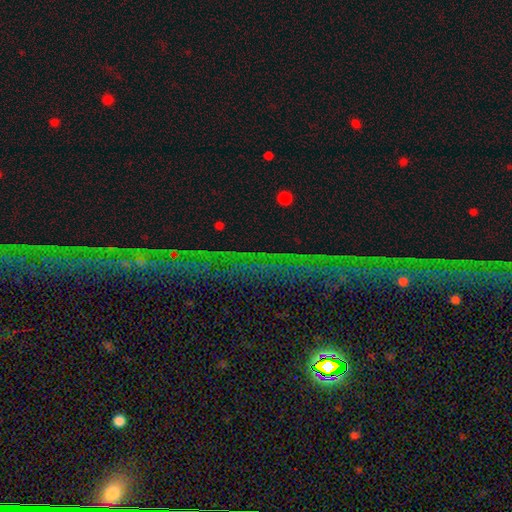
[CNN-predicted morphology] smooth-or-featured: star or artifact: 74% | smooth: 14% | featured or disk: 12%